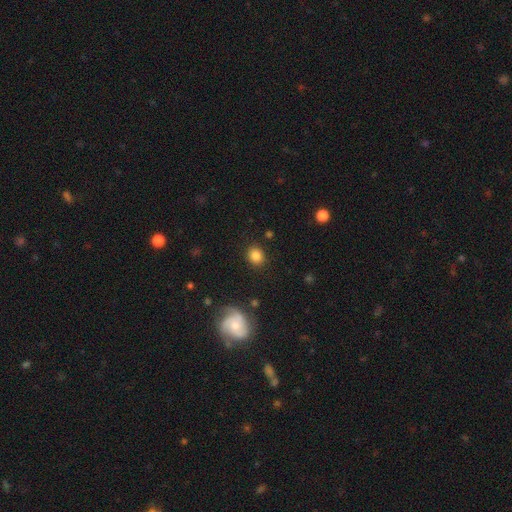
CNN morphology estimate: Smooth or featured? Predicted: smooth (p=0.84). How rounded? Predicted: round (p=0.77). Merging? Predicted: none (p=0.88).